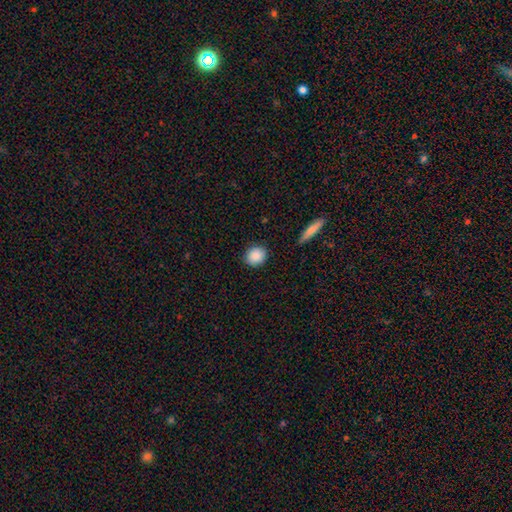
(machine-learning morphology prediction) Smooth or featured: smooth — 89% (star or artifact — 7%)
How rounded: round — 79% (in between — 20%)
Merging: none — 88% (minor disturbance — 9%)